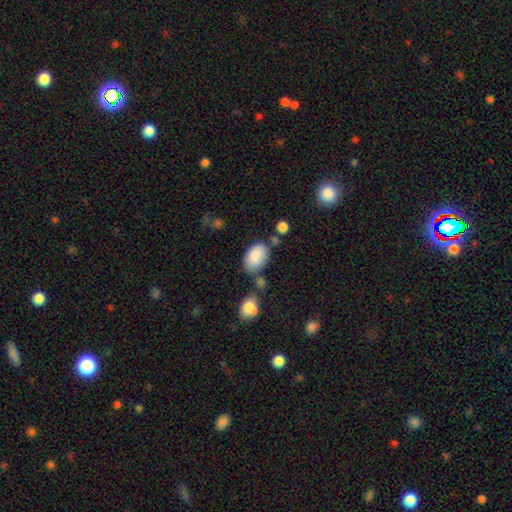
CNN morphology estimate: A smooth galaxy with no disk features (87%) that is in between round and cigar-shaped (91%).

Vote fractions:
- Smooth or featured? smooth: 87% / star or artifact: 7% / featured or disk: 6%
- How rounded? in between: 91% / round: 8% / cigar-shaped: 1%
- Merging? none: 62% / minor disturbance: 19% / merger: 13% / major disturbance: 6%